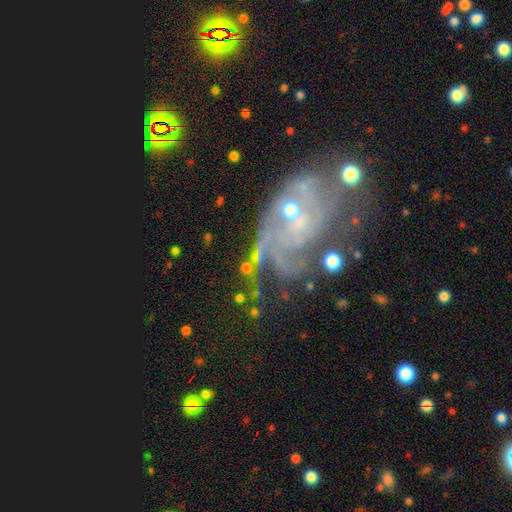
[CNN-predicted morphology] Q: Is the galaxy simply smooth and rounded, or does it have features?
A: smooth — 38%.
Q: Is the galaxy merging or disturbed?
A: none — 51%.